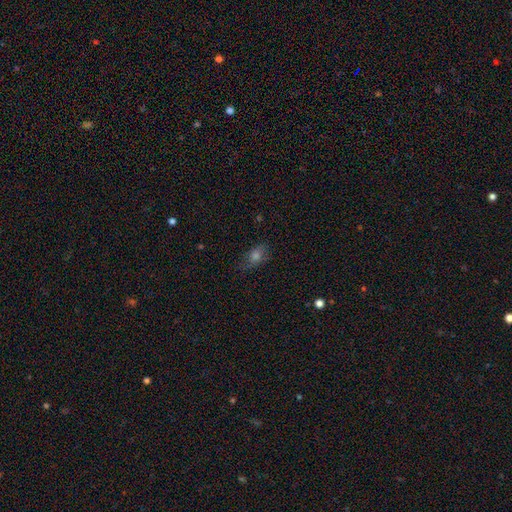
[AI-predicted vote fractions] Smooth or featured?
  - smooth: 58% *
  - featured or disk: 21%
  - star or artifact: 20%
How rounded?
  - in between: 72% *
  - round: 20%
  - cigar-shaped: 7%
Merging?
  - none: 70% *
  - minor disturbance: 21%
  - major disturbance: 8%
  - merger: 2%